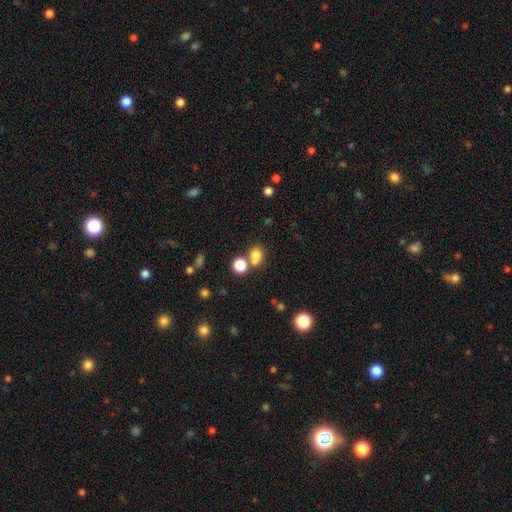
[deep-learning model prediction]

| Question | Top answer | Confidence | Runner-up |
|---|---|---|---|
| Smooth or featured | smooth | 77% | star or artifact (15%) |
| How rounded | round | 61% | in between (38%) |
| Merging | none | 49% | merger (36%) |